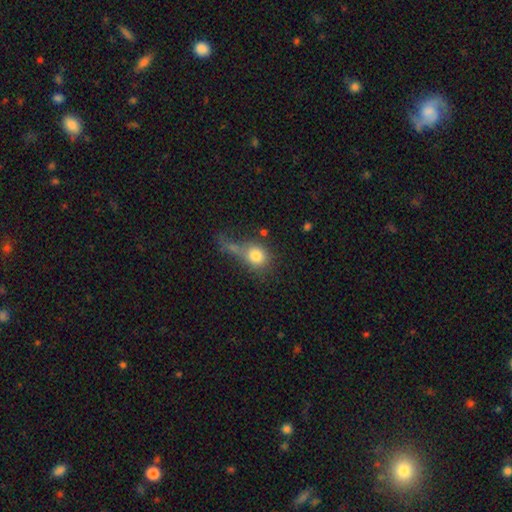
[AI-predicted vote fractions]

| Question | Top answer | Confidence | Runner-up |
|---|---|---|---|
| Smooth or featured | smooth | 76% | featured or disk (13%) |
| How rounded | round | 66% | in between (31%) |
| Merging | major disturbance | 33% | none (29%) |